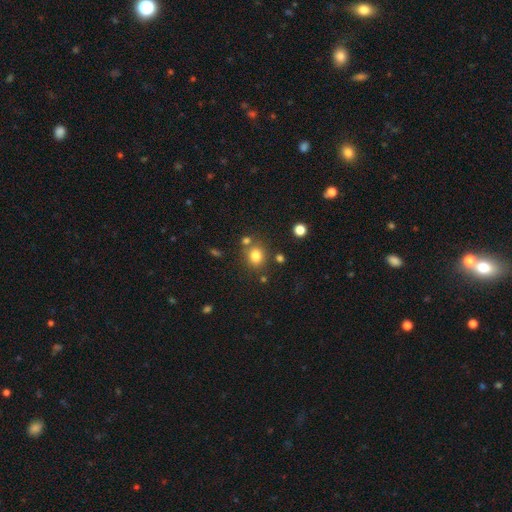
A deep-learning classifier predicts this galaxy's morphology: A smooth galaxy with no disk features (79%) that is round (74%). Merging: none (73%).